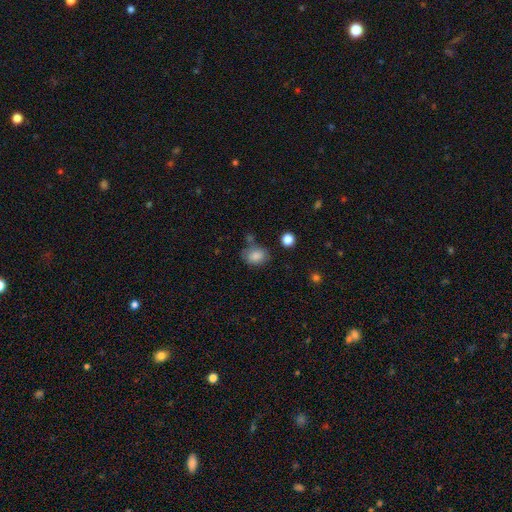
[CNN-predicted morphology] A smooth galaxy with no disk features (84%) that is in between round and cigar-shaped (60%).

Vote fractions:
- Smooth or featured? smooth: 84% / star or artifact: 9% / featured or disk: 7%
- How rounded? in between: 60% / round: 39% / cigar-shaped: 1%
- Merging? none: 65% / minor disturbance: 20% / merger: 8% / major disturbance: 6%